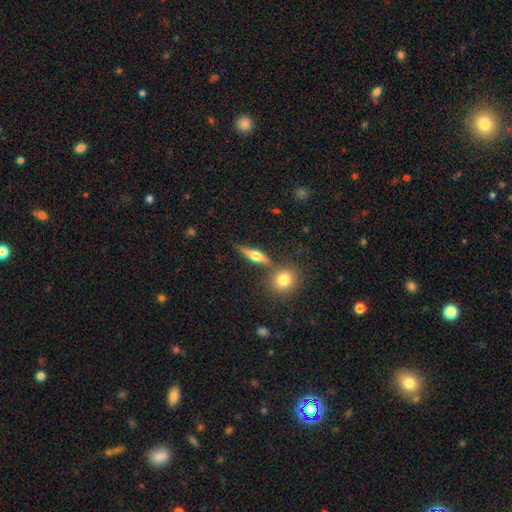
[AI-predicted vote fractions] Q: Smooth or featured?
A: featured or disk (57%); runner-up: smooth (35%)
Q: Edge-on disk?
A: yes (90%); runner-up: no (10%)
Q: Edge-on bulge?
A: rounded (94%); runner-up: boxy (4%)
Q: Merging?
A: none (72%); runner-up: merger (12%)